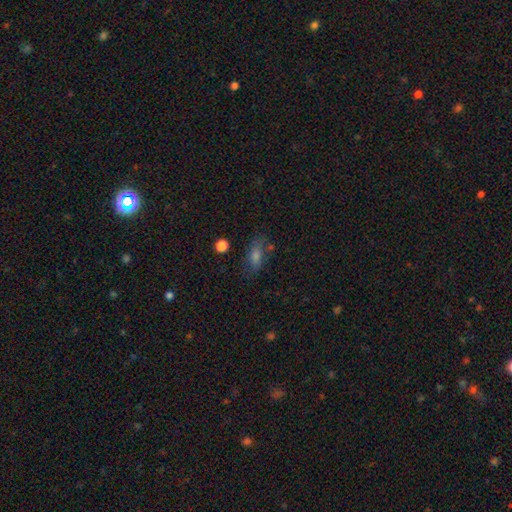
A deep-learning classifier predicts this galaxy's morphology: A smooth galaxy with no disk features (57%) that is in between round and cigar-shaped (73%).

Vote fractions:
- Smooth or featured? smooth: 57% / star or artifact: 22% / featured or disk: 21%
- How rounded? in between: 73% / cigar-shaped: 18% / round: 10%
- Merging? none: 70% / minor disturbance: 18% / major disturbance: 7% / merger: 5%